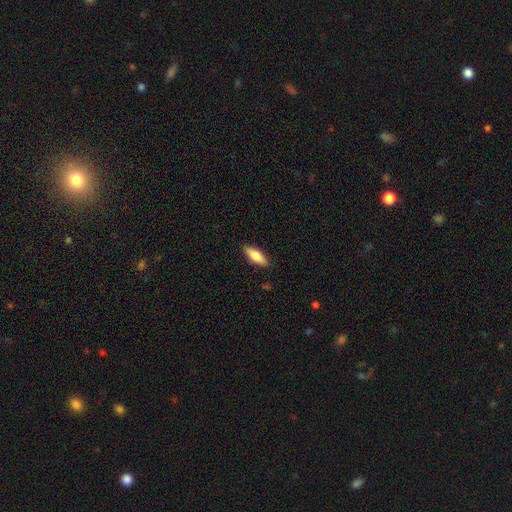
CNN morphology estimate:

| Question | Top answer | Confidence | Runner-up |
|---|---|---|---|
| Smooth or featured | smooth | 75% | featured or disk (19%) |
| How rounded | in between | 61% | cigar-shaped (37%) |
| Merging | none | 88% | minor disturbance (9%) |